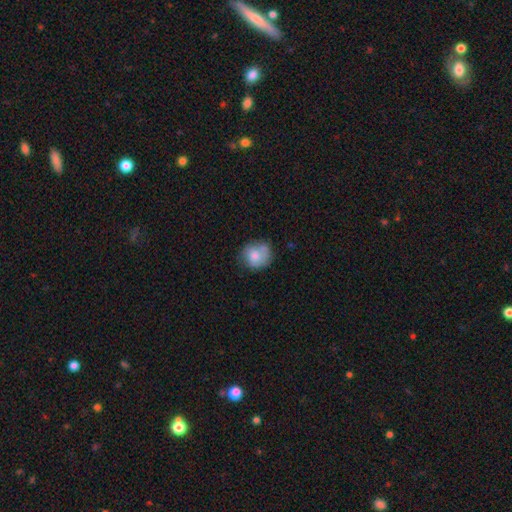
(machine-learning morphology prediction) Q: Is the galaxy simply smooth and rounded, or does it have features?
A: smooth — 72%.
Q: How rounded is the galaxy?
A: round — 73%.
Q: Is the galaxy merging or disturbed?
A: none — 54%.